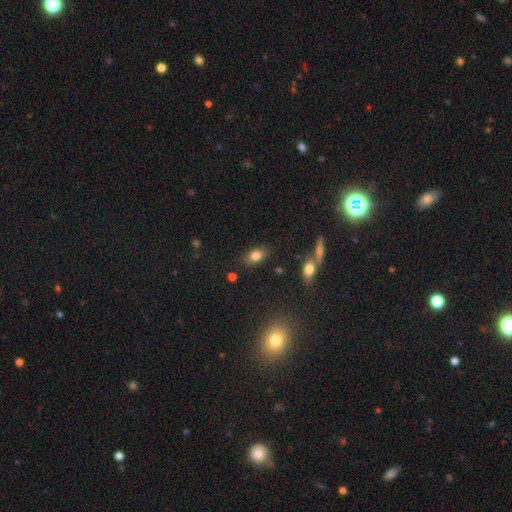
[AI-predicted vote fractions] smooth_or_featured: smooth (p=0.81) [alt: star or artifact p=0.10]
how_rounded: in between (p=0.82) [alt: round p=0.15]
merging: none (p=0.82) [alt: minor disturbance p=0.11]